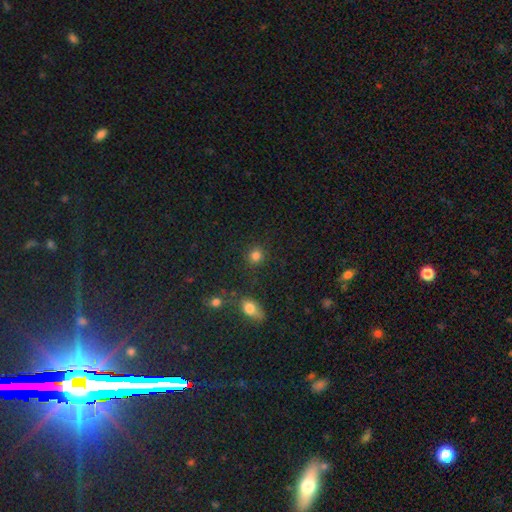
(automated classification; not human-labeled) Smooth or featured? Predicted: smooth (p=0.82). How rounded? Predicted: round (p=0.86). Merging? Predicted: none (p=0.86).